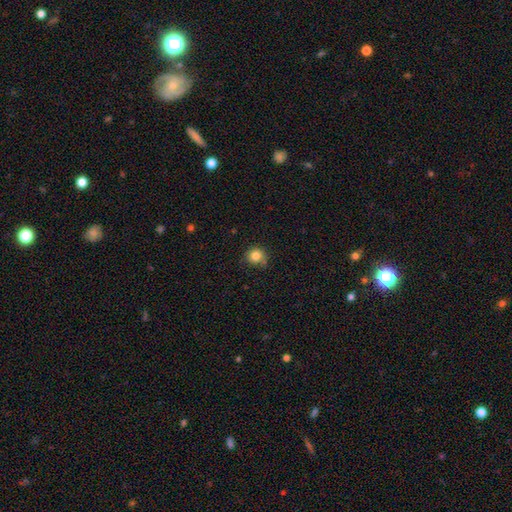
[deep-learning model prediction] smooth 83%, star or artifact 11%, featured or disk 5%. Down the decision tree: how rounded — round (89%); merging — none (74%).